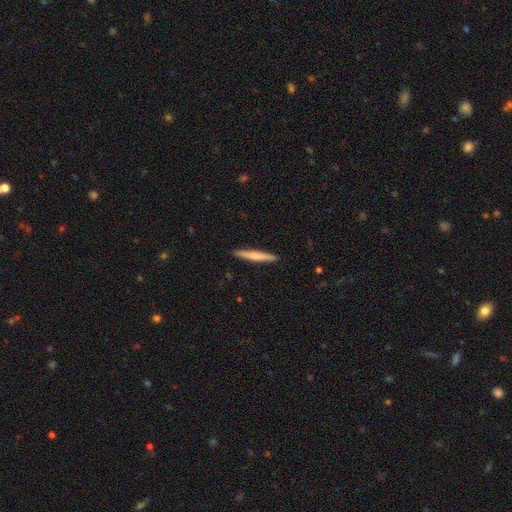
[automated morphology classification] Q: Smooth or featured?
A: smooth (60%); runner-up: featured or disk (35%)
Q: How rounded?
A: cigar-shaped (95%); runner-up: in between (3%)
Q: Merging?
A: none (92%); runner-up: minor disturbance (6%)